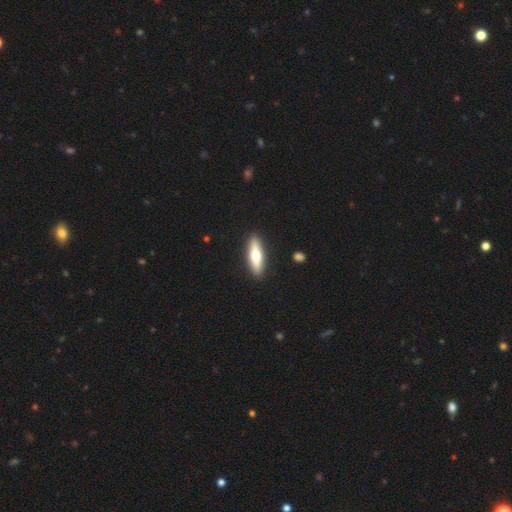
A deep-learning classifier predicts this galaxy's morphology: Smooth or featured: smooth — 59% (featured or disk — 36%)
How rounded: cigar-shaped — 60% (in between — 38%)
Merging: none — 90% (minor disturbance — 7%)